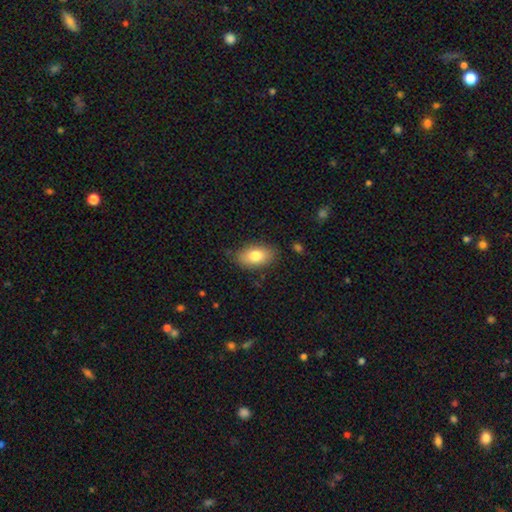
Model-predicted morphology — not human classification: A smooth galaxy with no disk features (80%) that is in between round and cigar-shaped (91%). Merging: none (82%).